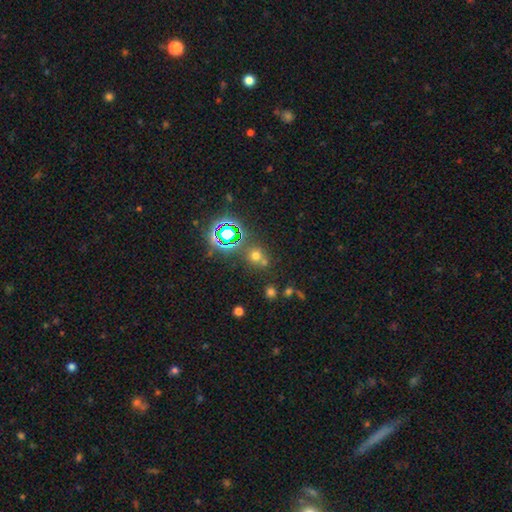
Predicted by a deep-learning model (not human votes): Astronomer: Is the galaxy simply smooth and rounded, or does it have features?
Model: smooth — 55% (runner-up: star or artifact, 35%).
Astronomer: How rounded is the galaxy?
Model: round — 83%.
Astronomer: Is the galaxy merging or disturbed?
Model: none — 60%.